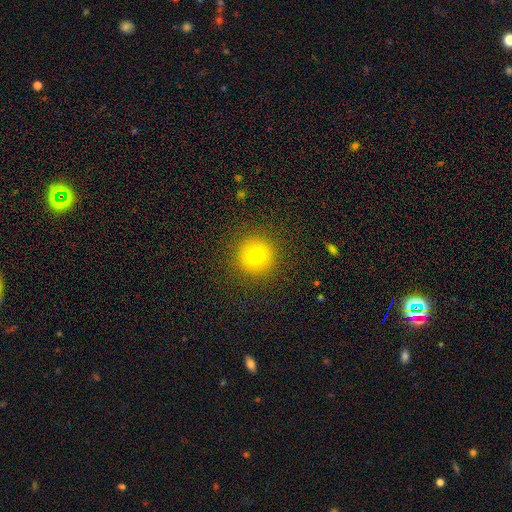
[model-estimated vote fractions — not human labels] The model was most divided on "smooth or featured": smooth: 76%, star or artifact: 14%, featured or disk: 10%. More confident: how rounded — round (94%); merging — none (90%).